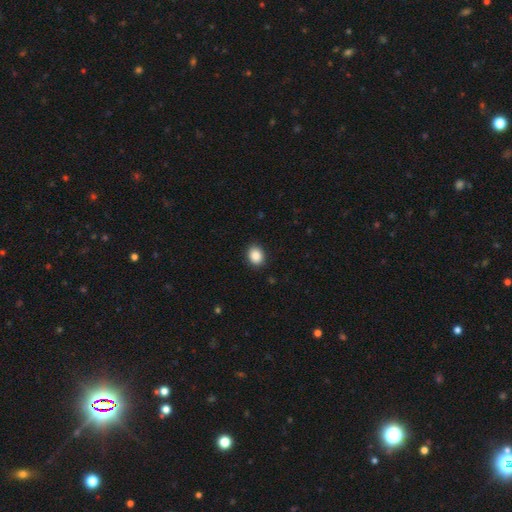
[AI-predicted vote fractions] Smooth or featured: smooth — 88% (star or artifact — 9%)
How rounded: round — 52% (in between — 47%)
Merging: none — 89% (minor disturbance — 8%)